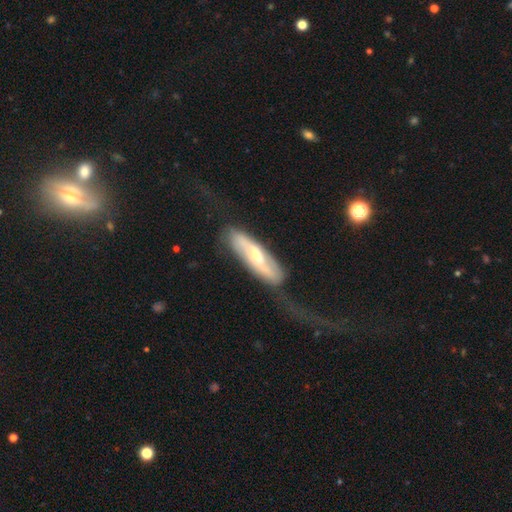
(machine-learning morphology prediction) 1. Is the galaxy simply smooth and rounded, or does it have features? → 64% featured or disk, 30% smooth, 6% star or artifact.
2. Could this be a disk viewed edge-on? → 72% no, 28% yes.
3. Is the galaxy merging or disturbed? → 45% none, 28% major disturbance, 23% minor disturbance, 4% merger.